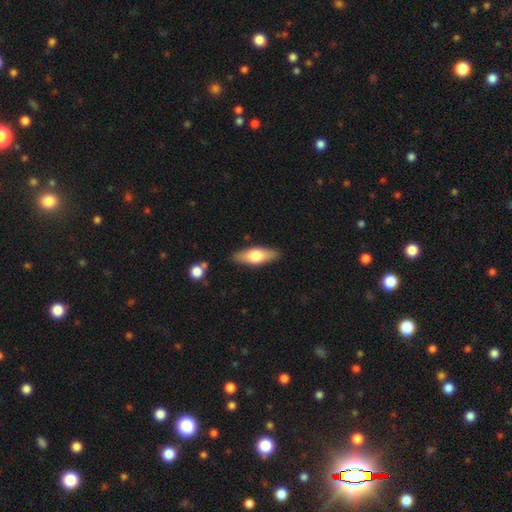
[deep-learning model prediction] smooth 59%, featured or disk 36%, star or artifact 6%. Down the decision tree: how rounded — in between (62%); merging — none (86%).